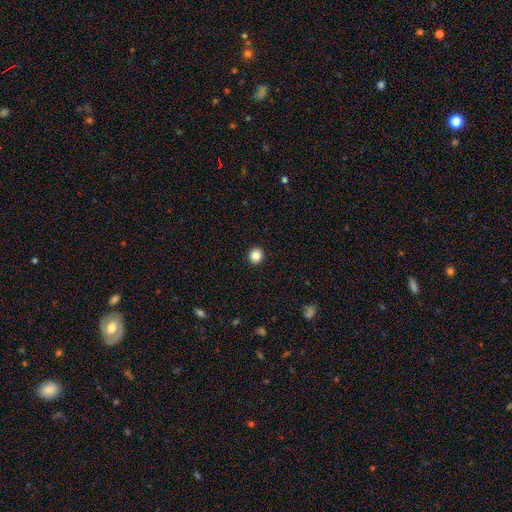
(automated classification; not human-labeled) Q: Smooth or featured?
A: smooth (85%); runner-up: star or artifact (10%)
Q: How rounded?
A: round (85%); runner-up: in between (14%)
Q: Merging?
A: none (93%); runner-up: minor disturbance (5%)